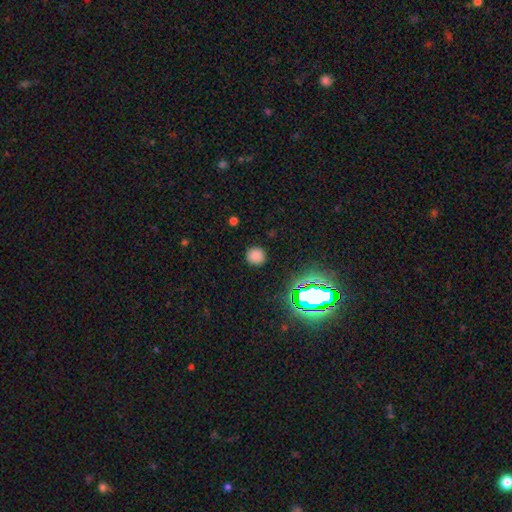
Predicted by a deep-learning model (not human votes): Morphology: type=smooth (77%); roundness=round (92%); merging=none (88%).